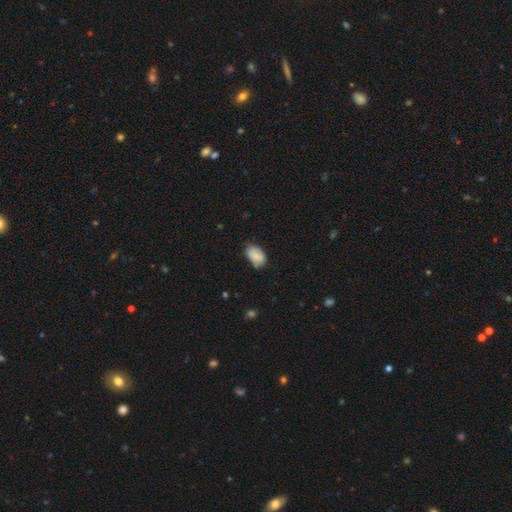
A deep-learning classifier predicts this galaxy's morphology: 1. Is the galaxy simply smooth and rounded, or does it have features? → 83% smooth, 9% featured or disk, 7% star or artifact.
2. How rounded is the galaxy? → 89% in between, 10% round, 1% cigar-shaped.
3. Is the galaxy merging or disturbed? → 63% none, 29% minor disturbance, 5% major disturbance, 3% merger.